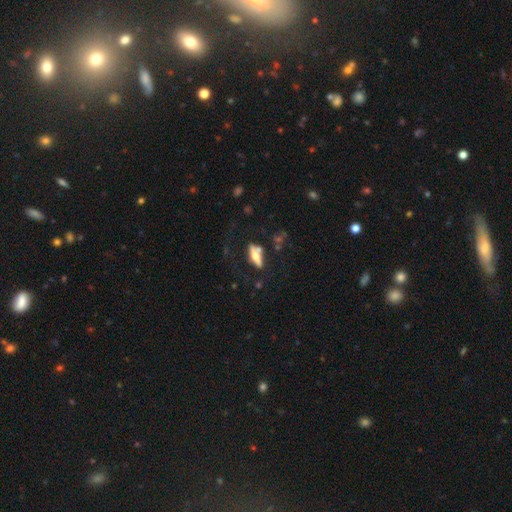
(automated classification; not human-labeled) smooth-or-featured: smooth: 46% (tied) | featured or disk: 46% (tied) | star or artifact: 8%
  merging: none: 56% | minor disturbance: 19% | merger: 14% | major disturbance: 11%